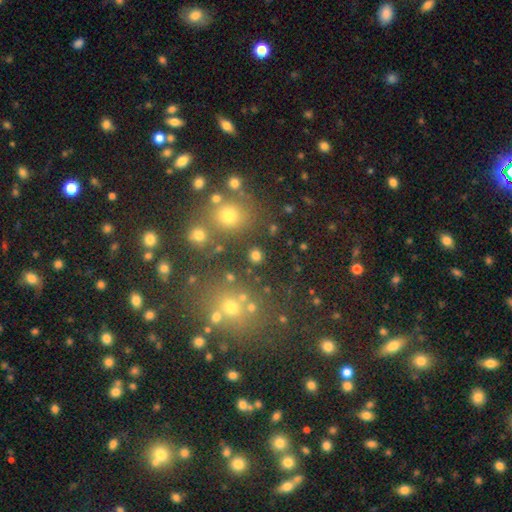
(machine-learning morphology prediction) smooth-or-featured: smooth: 74% | star or artifact: 20% | featured or disk: 6%
  how-rounded: round: 86% | in between: 13% | cigar-shaped: 1%
  merging: none: 83% | merger: 7% | minor disturbance: 6% | major disturbance: 4%